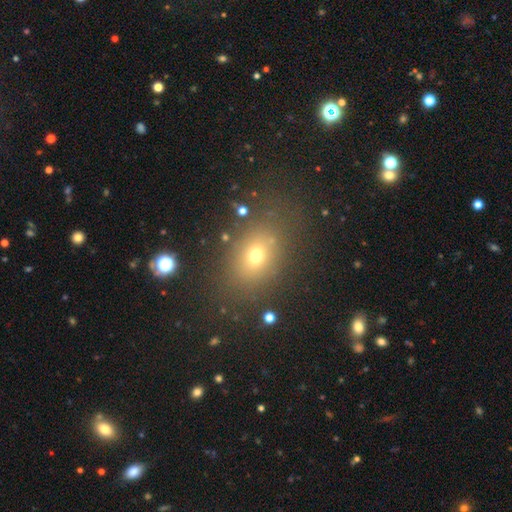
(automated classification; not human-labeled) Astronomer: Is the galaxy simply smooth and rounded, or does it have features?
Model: smooth — 66%.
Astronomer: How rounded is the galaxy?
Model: in between — 62%.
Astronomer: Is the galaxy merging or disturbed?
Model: none — 78%.